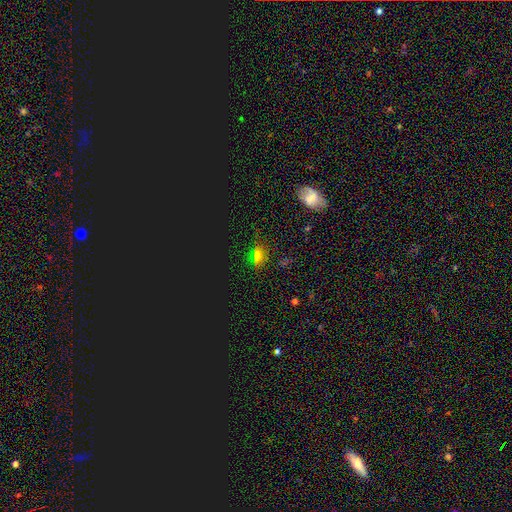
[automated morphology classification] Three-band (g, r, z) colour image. It shows a smooth galaxy with no disk features (46%). Merging: none (81%).